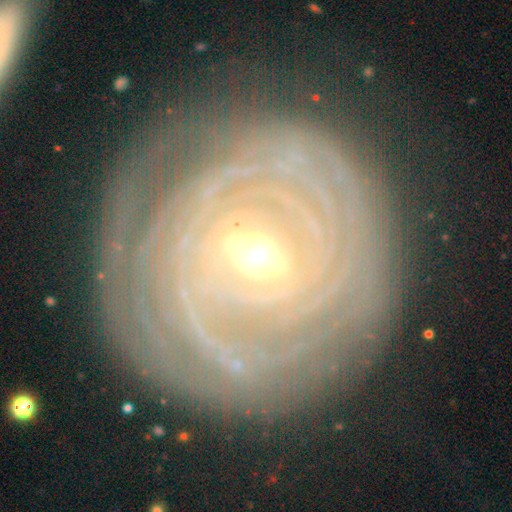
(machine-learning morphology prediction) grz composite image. It shows a featured or disk galaxy (90%) with a strong bar (50%), tight (86%) spiral arms (95%) and a moderate central bulge (63%). Merging: none (77%).